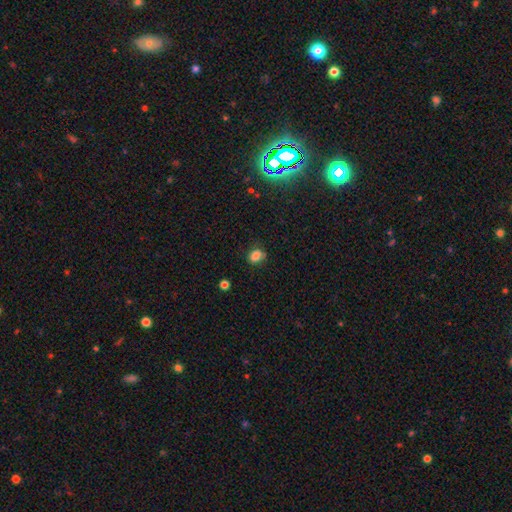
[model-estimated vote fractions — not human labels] Q: Smooth or featured?
A: smooth (82%); runner-up: star or artifact (12%)
Q: How rounded?
A: in between (51%); runner-up: round (47%)
Q: Merging?
A: none (67%); runner-up: minor disturbance (23%)